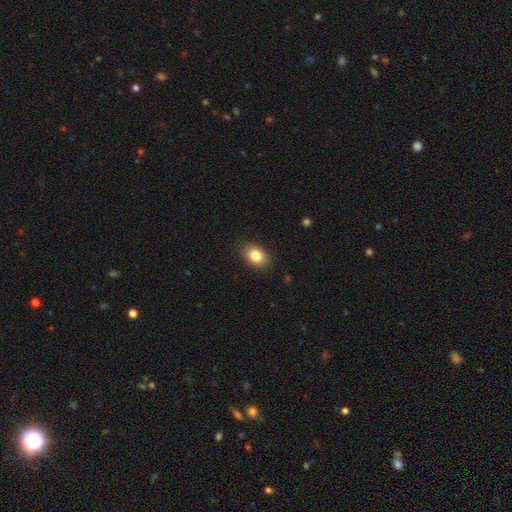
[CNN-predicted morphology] Smooth or featured? Predicted: smooth (p=0.83). How rounded? Predicted: in between (p=0.75). Merging? Predicted: none (p=0.88).